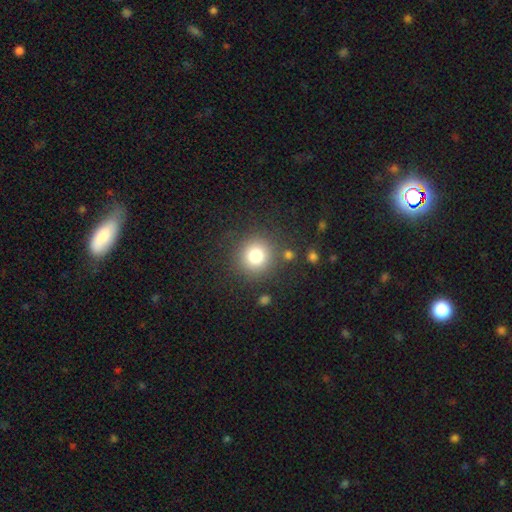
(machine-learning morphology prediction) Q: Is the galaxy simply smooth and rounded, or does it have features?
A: smooth — 78%.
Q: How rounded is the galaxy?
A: round — 94%.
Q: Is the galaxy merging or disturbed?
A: none — 85%.